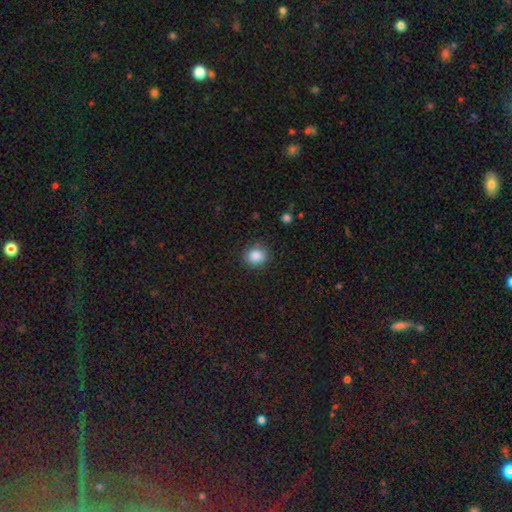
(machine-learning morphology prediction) smooth-or-featured: smooth: 87% | star or artifact: 9% | featured or disk: 4%
  how-rounded: round: 77% | in between: 22% | cigar-shaped: 1%
  merging: none: 87% | minor disturbance: 10% | major disturbance: 3% | merger: 1%